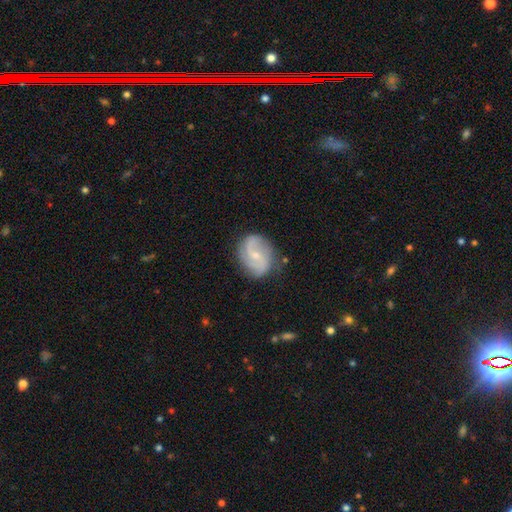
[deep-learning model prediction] Overall: featured or disk (79%). Edge-on disk: no (98%). Bar: weak (46%; no 43%). Spiral arms: yes (95%). Spiral arm count: 2 (76%). Spiral winding: medium (45%; loose 36%). Bulge size: small (68%). Merging: none (76%).